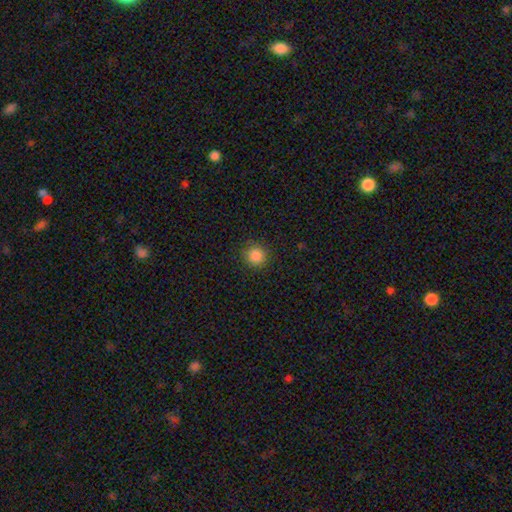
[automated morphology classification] Smooth or featured? smooth (86%)
How rounded? round (94%)
Merging? none (90%)